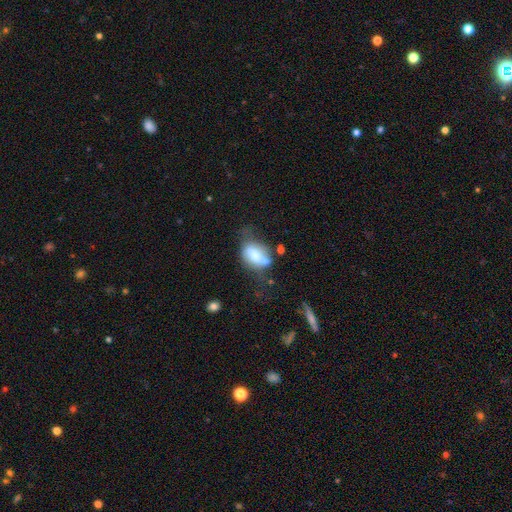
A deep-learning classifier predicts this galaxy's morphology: Smooth or featured? smooth (56%)
How rounded? in between (78%)
Merging? none (30%)